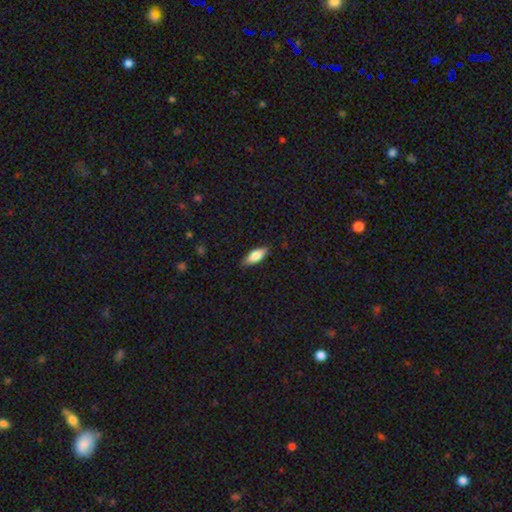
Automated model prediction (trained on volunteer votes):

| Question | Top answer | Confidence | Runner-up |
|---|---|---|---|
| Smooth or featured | smooth | 78% | featured or disk (16%) |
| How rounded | in between | 74% | cigar-shaped (24%) |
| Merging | none | 85% | minor disturbance (12%) |